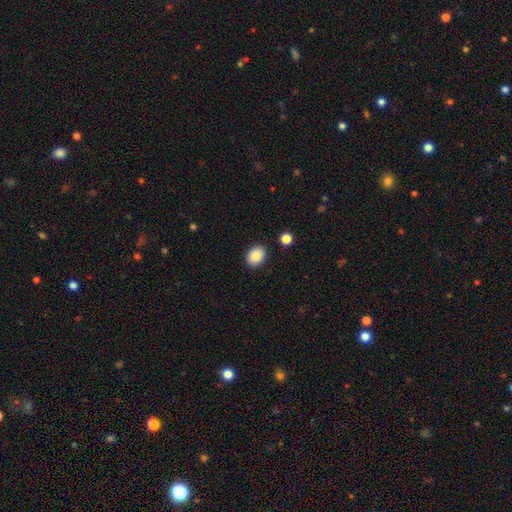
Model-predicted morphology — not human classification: smooth_or_featured: smooth (p=0.87) [alt: star or artifact p=0.08]
how_rounded: in between (p=0.63) [alt: round p=0.36]
merging: none (p=0.89) [alt: minor disturbance p=0.07]